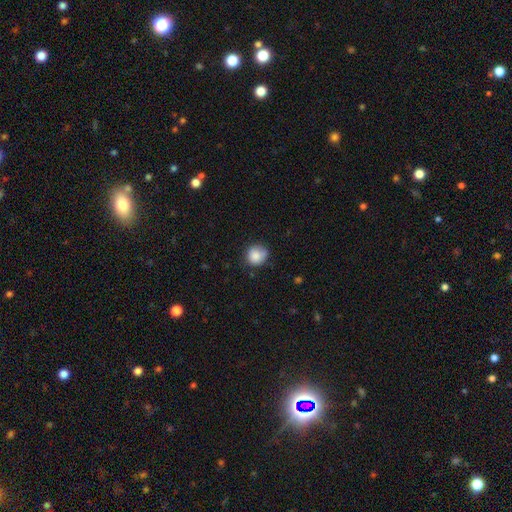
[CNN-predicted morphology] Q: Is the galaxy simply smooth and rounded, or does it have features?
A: smooth — 84%.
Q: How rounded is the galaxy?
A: round — 85%.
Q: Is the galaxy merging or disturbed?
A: none — 66%.